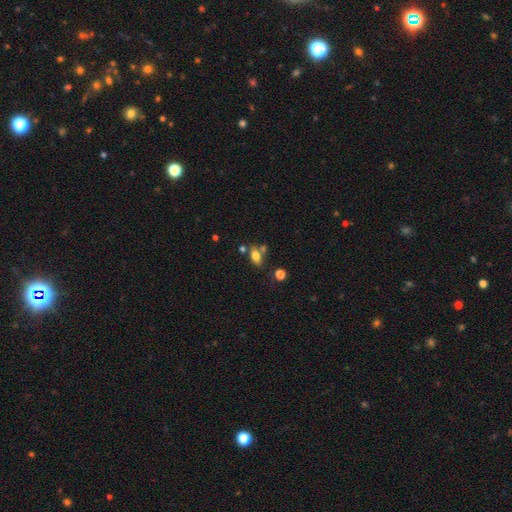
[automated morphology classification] A smooth galaxy with no disk features (77%) that is in between round and cigar-shaped (84%).

Vote fractions:
- Smooth or featured? smooth: 77% / featured or disk: 12% / star or artifact: 11%
- How rounded? in between: 84% / round: 11% / cigar-shaped: 4%
- Merging? none: 60% / merger: 20% / minor disturbance: 15% / major disturbance: 5%